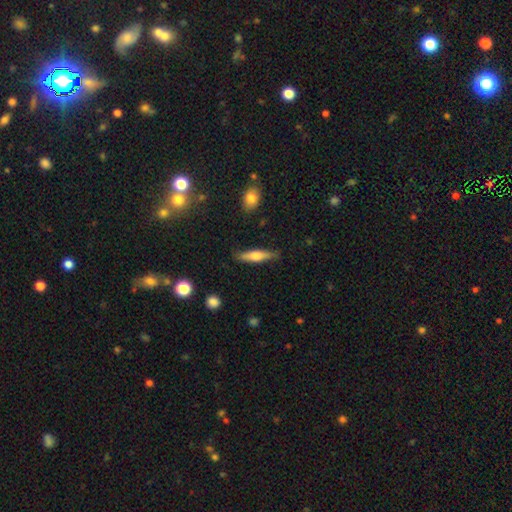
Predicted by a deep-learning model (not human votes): Overall: smooth (55%; featured or disk 39%). How rounded: cigar-shaped (79%). Merging: none (83%).